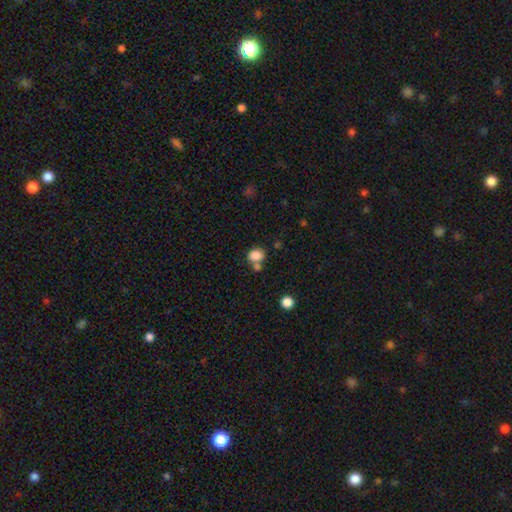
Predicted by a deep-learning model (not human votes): smooth 85%, star or artifact 10%, featured or disk 5%. Down the decision tree: how rounded — round (52%); merging — none (56%).